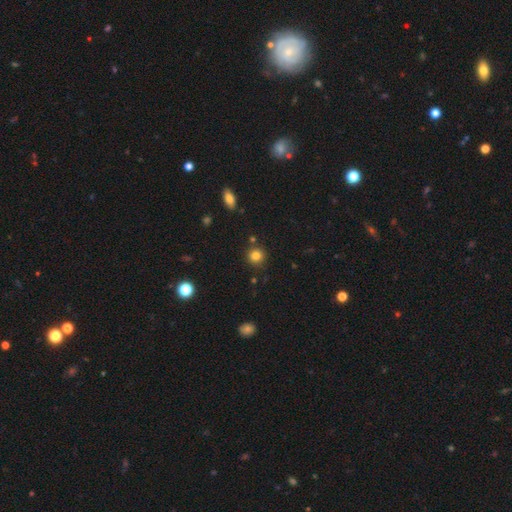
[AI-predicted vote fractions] This appears to be a smooth galaxy with no disk features (82%) that is round (91%). Merging: none (85%).